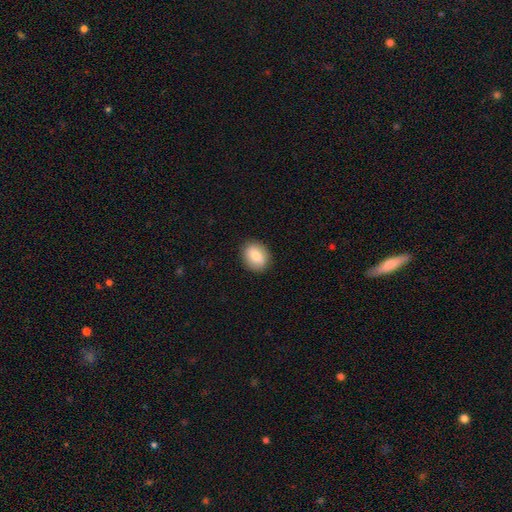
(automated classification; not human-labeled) smooth_or_featured: smooth (p=0.75) [alt: featured or disk p=0.18]
how_rounded: in between (p=0.55) [alt: round p=0.44]
merging: none (p=0.87) [alt: minor disturbance p=0.09]